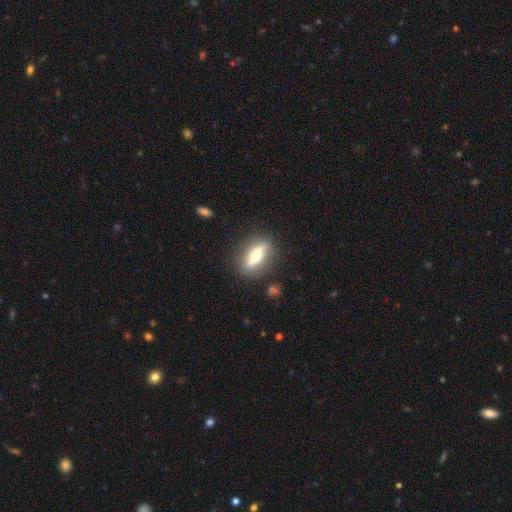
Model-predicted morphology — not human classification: A featured or disk galaxy (52%) viewed edge-on (74%).

Vote fractions:
- Smooth or featured? featured or disk: 52% / smooth: 41% / star or artifact: 7%
- Edge-on disk? yes: 74% / no: 26%
- Merging? none: 84% / minor disturbance: 10% / major disturbance: 4% / merger: 2%